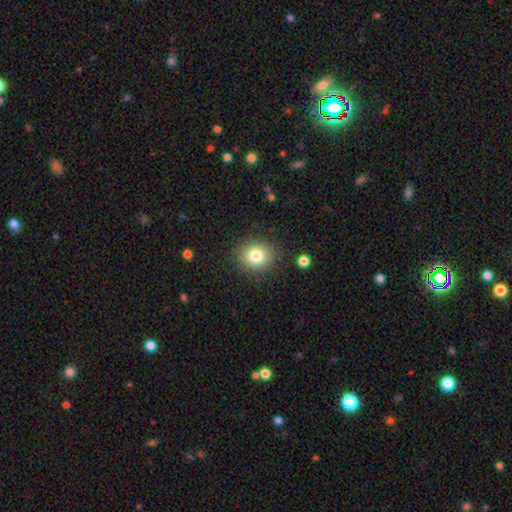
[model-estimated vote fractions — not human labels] smooth-or-featured: smooth: 80% | star or artifact: 11% | featured or disk: 9%
  how-rounded: round: 79% | in between: 20% | cigar-shaped: 1%
  merging: none: 88% | minor disturbance: 8% | major disturbance: 3% | merger: 2%